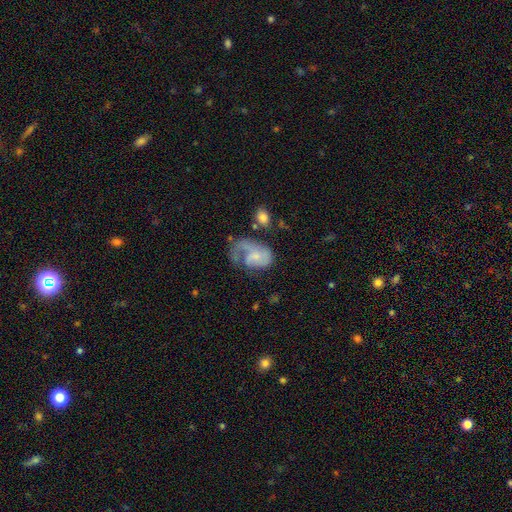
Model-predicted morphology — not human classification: Q: Smooth or featured?
A: featured or disk (65%); runner-up: smooth (28%)
Q: Edge-on disk?
A: no (97%); runner-up: yes (3%)
Q: Bar?
A: no (66%); runner-up: weak (29%)
Q: Spiral arms?
A: yes (83%); runner-up: no (17%)
Q: Spiral winding?
A: loose (40%); runner-up: medium (39%)
Q: Spiral arm count?
A: 1 (65%); runner-up: 2 (21%)
Q: Bulge size?
A: small (50%); runner-up: moderate (24%)
Q: Merging?
A: major disturbance (45%); runner-up: none (28%)